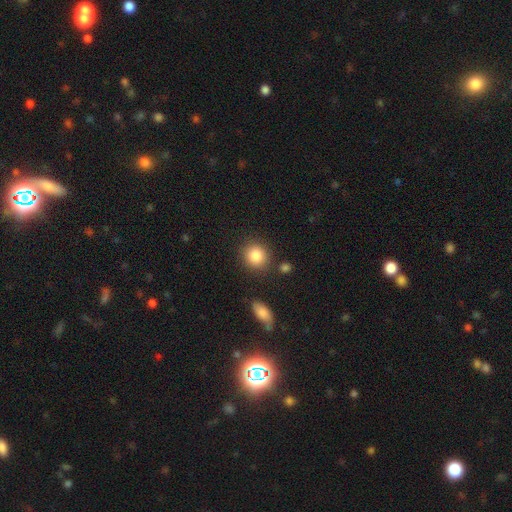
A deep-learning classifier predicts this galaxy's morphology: A smooth galaxy with no disk features (87%) that is round (83%).

Vote fractions:
- Smooth or featured? smooth: 87% / star or artifact: 8% / featured or disk: 5%
- How rounded? round: 83% / in between: 16% / cigar-shaped: 1%
- Merging? none: 82% / minor disturbance: 9% / merger: 5% / major disturbance: 3%